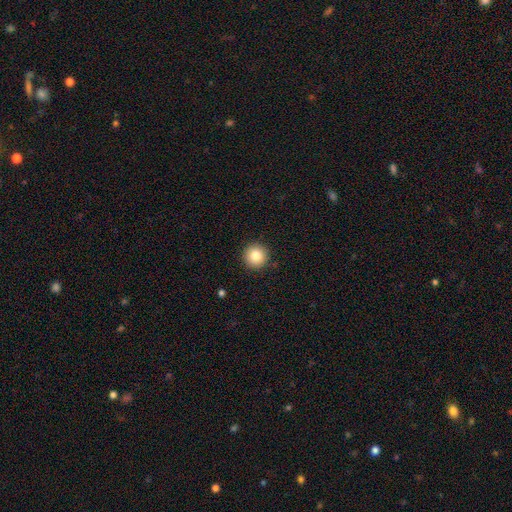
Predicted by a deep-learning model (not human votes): A smooth galaxy with no disk features (83%) that is round (96%).

Vote fractions:
- Smooth or featured? smooth: 83% / star or artifact: 10% / featured or disk: 7%
- How rounded? round: 96% / in between: 3% / cigar-shaped: 1%
- Merging? none: 92% / minor disturbance: 5% / major disturbance: 2% / merger: 1%